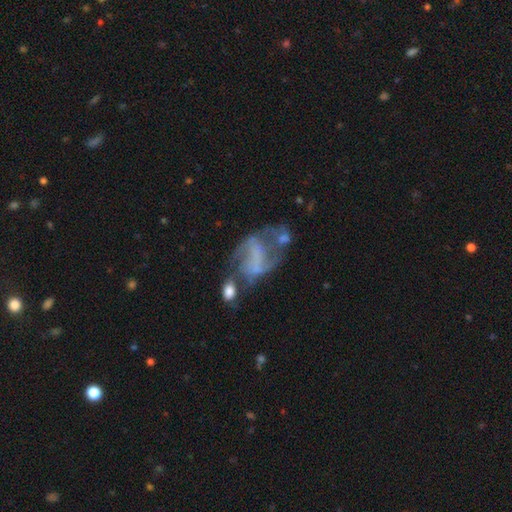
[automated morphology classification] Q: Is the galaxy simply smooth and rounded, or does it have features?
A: featured or disk — 73%.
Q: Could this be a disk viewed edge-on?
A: no — 96%.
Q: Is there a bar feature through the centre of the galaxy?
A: no — 39%.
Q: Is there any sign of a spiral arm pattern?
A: yes — 75%.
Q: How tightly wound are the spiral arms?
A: loose — 49%.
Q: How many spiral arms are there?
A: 2 — 71%.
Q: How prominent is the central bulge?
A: none — 62%.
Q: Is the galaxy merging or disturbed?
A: none — 35%.